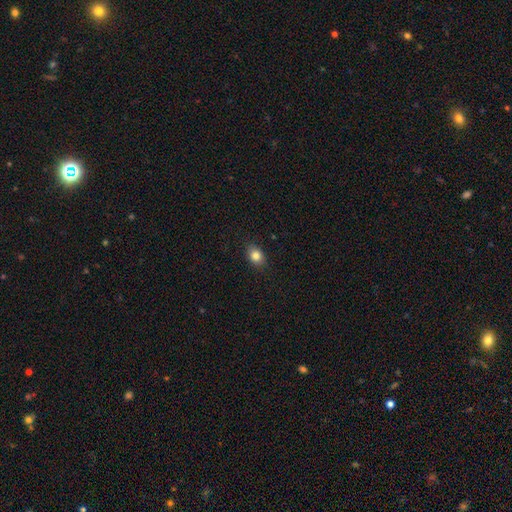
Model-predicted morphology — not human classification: A smooth galaxy with no disk features (84%) that is in between round and cigar-shaped (65%).

Vote fractions:
- Smooth or featured? smooth: 84% / star or artifact: 10% / featured or disk: 6%
- How rounded? in between: 65% / round: 34% / cigar-shaped: 1%
- Merging? none: 88% / minor disturbance: 9% / major disturbance: 2% / merger: 1%